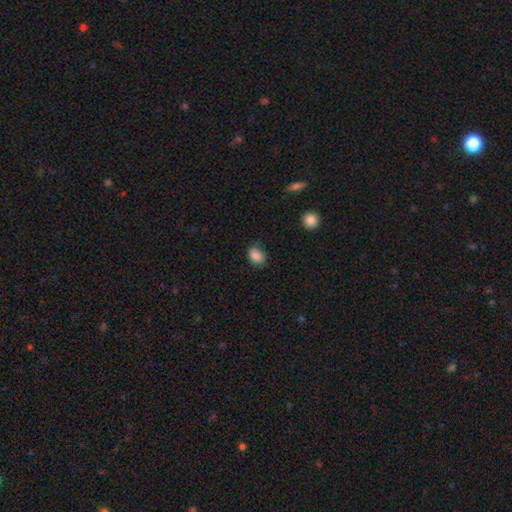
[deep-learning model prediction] Smooth or featured? Predicted: smooth (p=0.84). How rounded? Predicted: in between (p=0.61). Merging? Predicted: none (p=0.63).